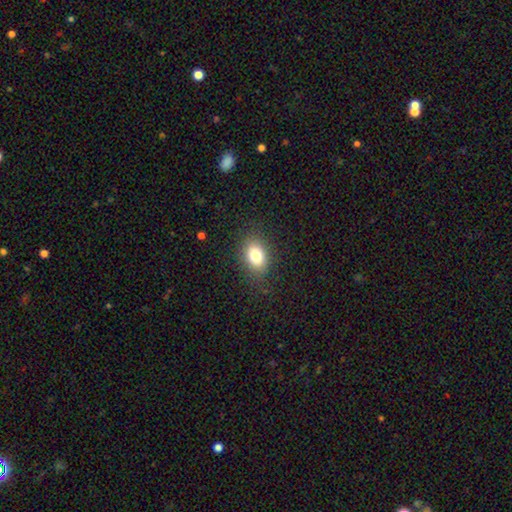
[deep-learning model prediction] A smooth galaxy with no disk features (80%) that is in between round and cigar-shaped (76%). Merging: none (83%).